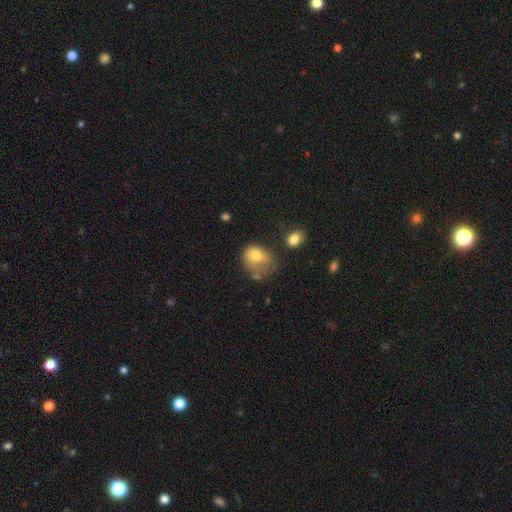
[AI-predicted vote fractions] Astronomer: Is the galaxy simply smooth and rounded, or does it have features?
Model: smooth — 72%.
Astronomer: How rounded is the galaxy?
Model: round — 50% (runner-up: in between, 49%).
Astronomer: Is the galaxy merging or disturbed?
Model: major disturbance — 33% (runner-up: minor disturbance, 31%).